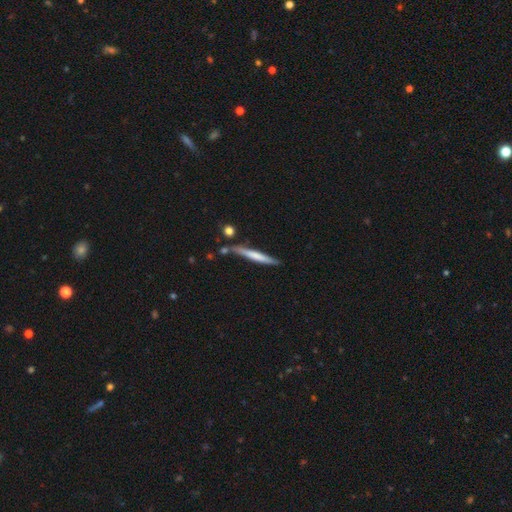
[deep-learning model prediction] Morphology: type=smooth (54%); roundness=cigar-shaped (95%); merging=none (74%).